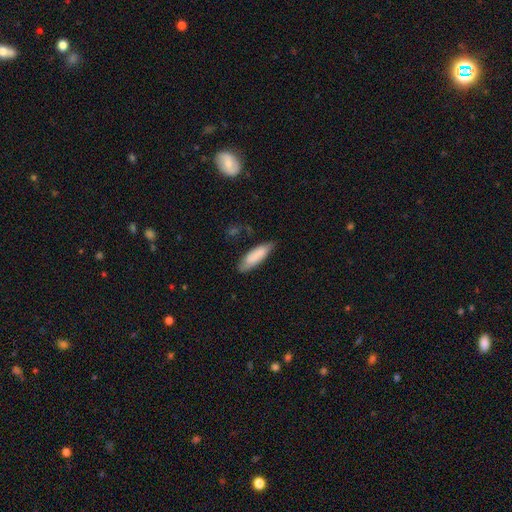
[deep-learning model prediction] Smooth or featured: smooth — 82% (featured or disk — 12%)
How rounded: in between — 53% (cigar-shaped — 45%)
Merging: none — 69% (minor disturbance — 24%)